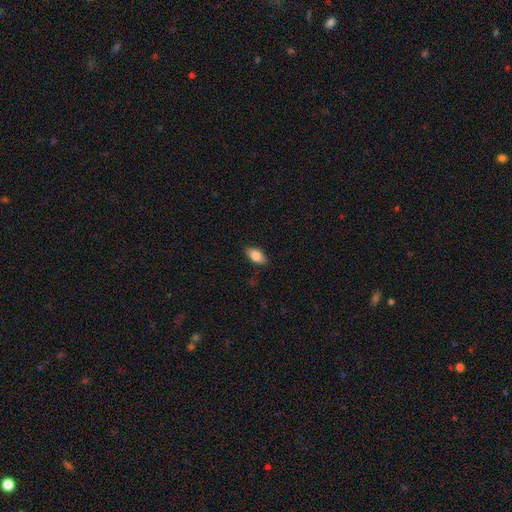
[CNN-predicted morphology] Overall: smooth (83%). How rounded: in between (89%). Merging: none (83%).